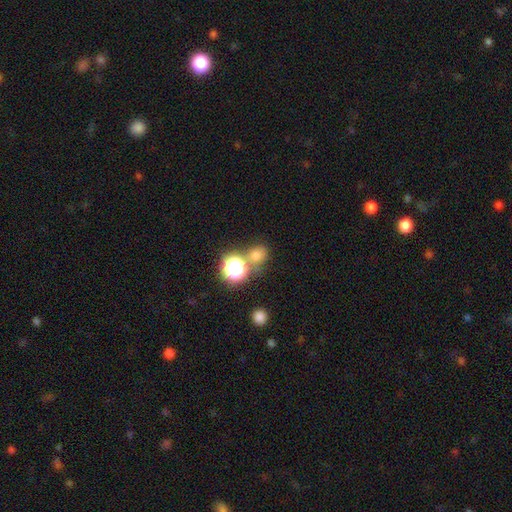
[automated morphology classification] type=smooth (70%); roundness=round (73%); merging=none (64%).